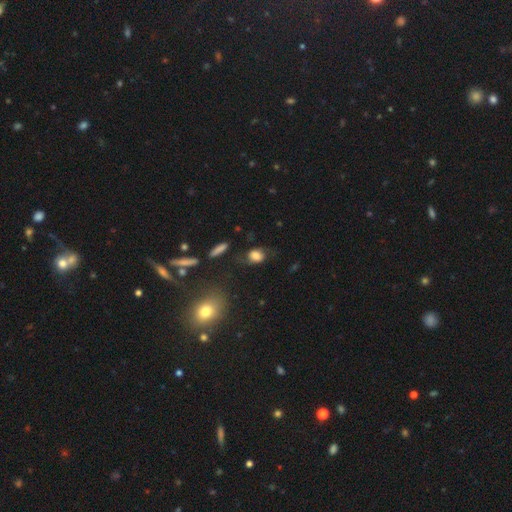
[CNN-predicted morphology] This appears to be a smooth galaxy with no disk features (73%) that is in between round and cigar-shaped (61%). Merging: none (60%).